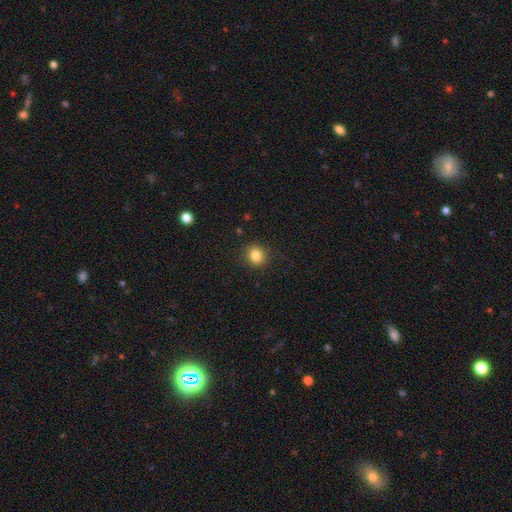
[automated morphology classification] smooth 84%, star or artifact 11%, featured or disk 5%. Down the decision tree: how rounded — round (85%); merging — none (90%).